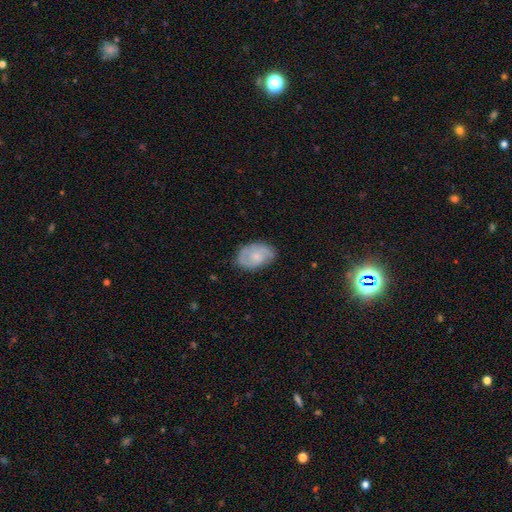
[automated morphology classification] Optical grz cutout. It shows a featured or disk galaxy (56%) with no bar (68%), spiral arms (86%) and a small central bulge (54%). Merging: none (75%).